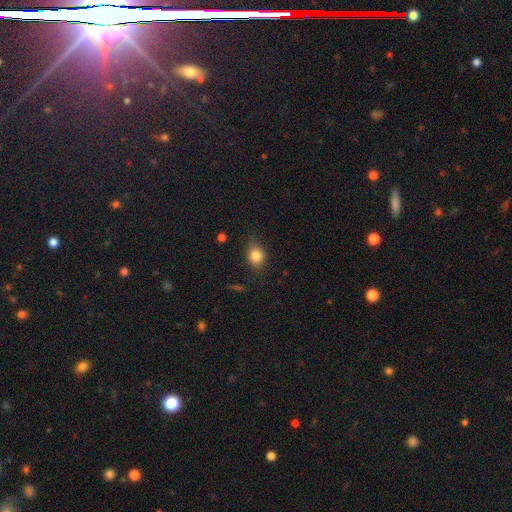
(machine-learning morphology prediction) Q: Smooth or featured?
A: smooth (82%); runner-up: star or artifact (10%)
Q: How rounded?
A: round (52%); runner-up: in between (47%)
Q: Merging?
A: none (77%); runner-up: minor disturbance (18%)